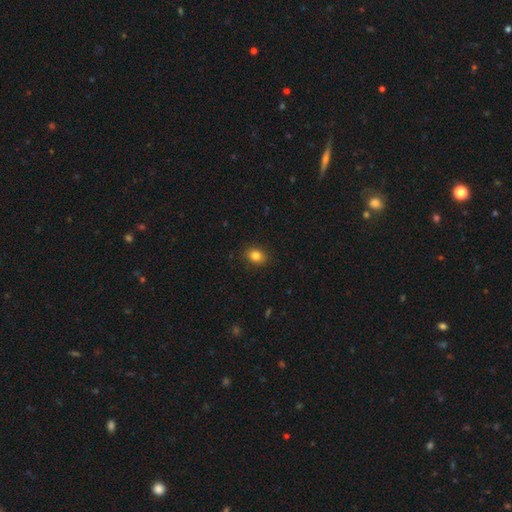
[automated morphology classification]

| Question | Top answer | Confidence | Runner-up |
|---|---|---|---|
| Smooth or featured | smooth | 84% | star or artifact (11%) |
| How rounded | in between | 52% | round (47%) |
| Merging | none | 89% | minor disturbance (8%) |